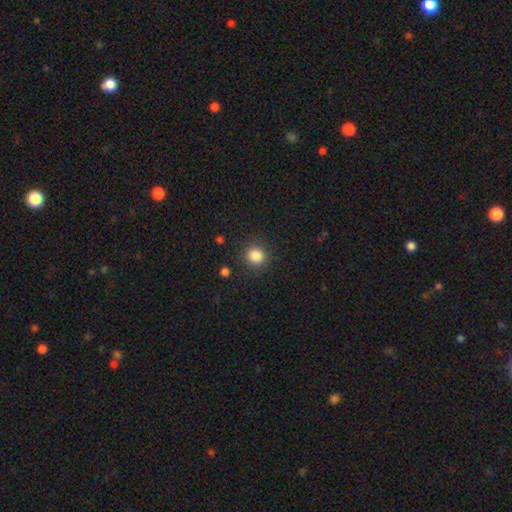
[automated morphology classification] smooth_or_featured: smooth (p=0.85) [alt: star or artifact p=0.11]
how_rounded: round (p=0.89) [alt: in between p=0.10]
merging: none (p=0.87) [alt: minor disturbance p=0.08]